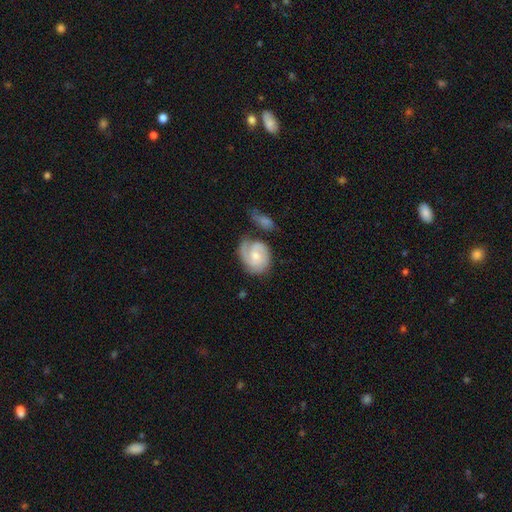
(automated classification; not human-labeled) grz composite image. It shows a featured or disk galaxy (74%) with no bar (63%), 2 (52%) tight (56%) spiral arms (94%) and a moderate central bulge (49%). Merging: none (50%).